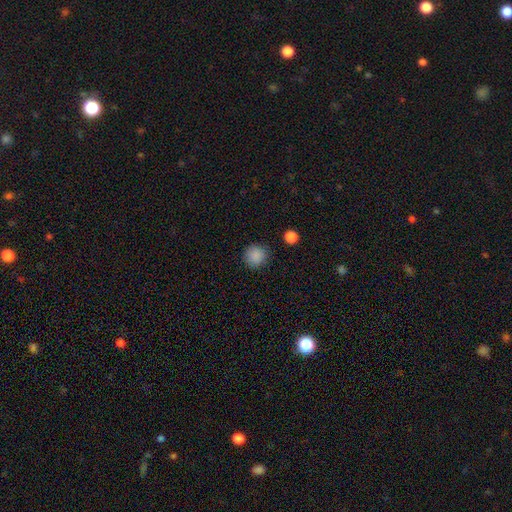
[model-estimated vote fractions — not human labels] Smooth or featured? Predicted: smooth (p=0.88). How rounded? Predicted: round (p=0.94). Merging? Predicted: none (p=0.90).